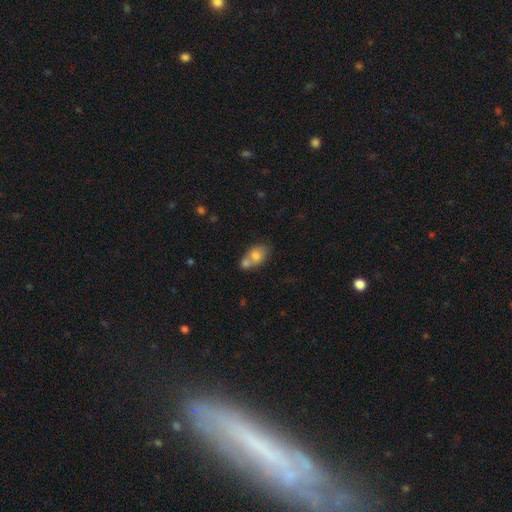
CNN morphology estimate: smooth-or-featured: smooth: 72% | featured or disk: 19% | star or artifact: 9%
  how-rounded: in between: 76% | round: 22% | cigar-shaped: 2%
  merging: merger: 55% | none: 30% | minor disturbance: 11% | major disturbance: 4%